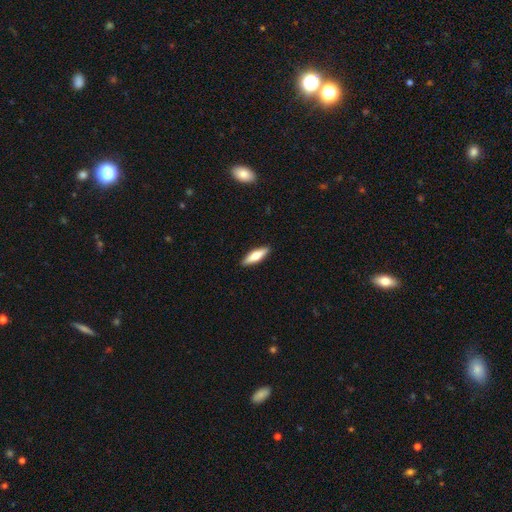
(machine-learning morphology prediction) Smooth or featured?
  - smooth: 63% *
  - featured or disk: 31%
  - star or artifact: 6%
How rounded?
  - cigar-shaped: 59% *
  - in between: 39%
  - round: 2%
Merging?
  - none: 91% *
  - minor disturbance: 7%
  - major disturbance: 2%
  - merger: 1%